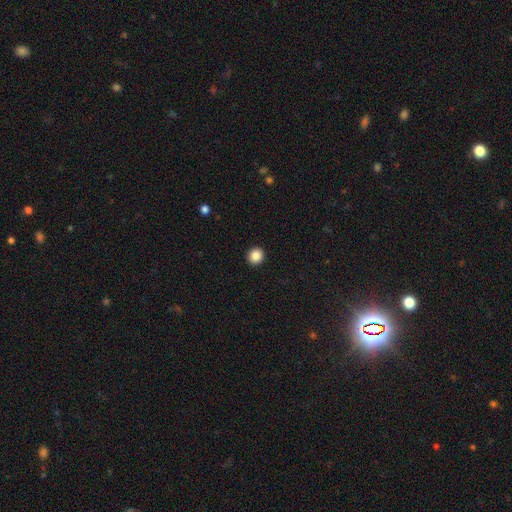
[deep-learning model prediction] A smooth galaxy with no disk features (87%) that is round (91%). Merging: none (93%).